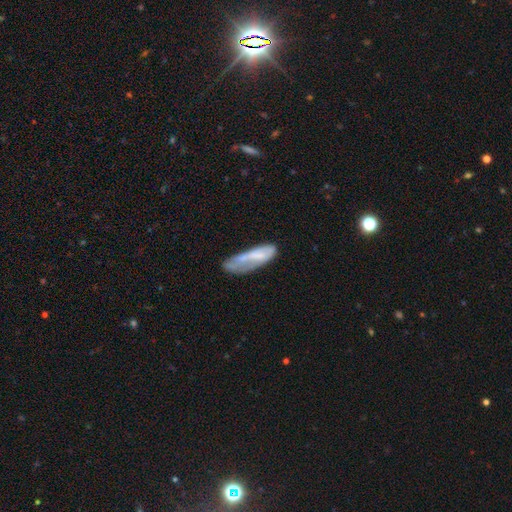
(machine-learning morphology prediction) smooth_or_featured: smooth (p=0.58) [alt: featured or disk p=0.35]
how_rounded: cigar-shaped (p=0.53) [alt: in between p=0.46]
merging: none (p=0.40) [alt: minor disturbance p=0.31]